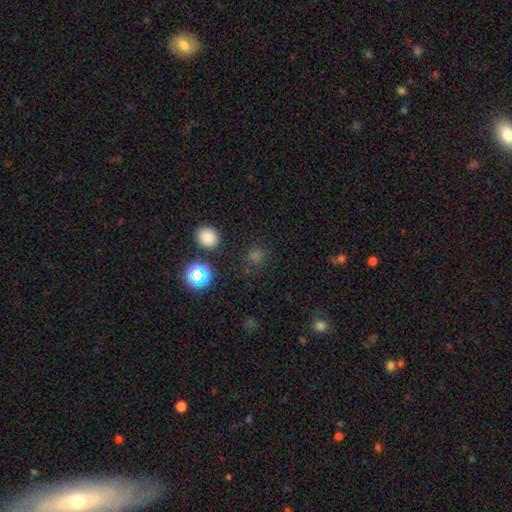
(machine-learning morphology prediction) smooth-or-featured: smooth: 62% | star or artifact: 33% | featured or disk: 5%
  how-rounded: round: 86% | in between: 13% | cigar-shaped: 1%
  merging: none: 83% | minor disturbance: 9% | merger: 4% | major disturbance: 4%